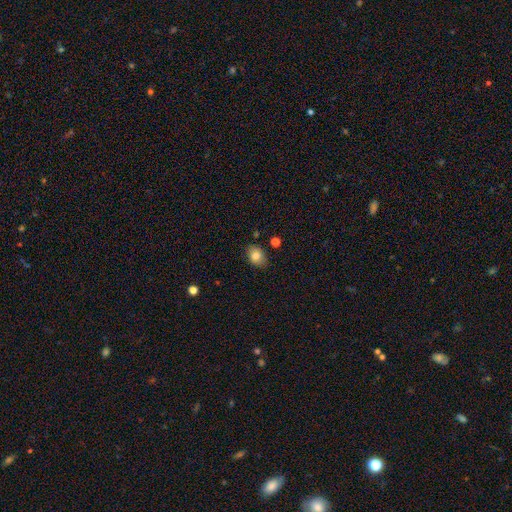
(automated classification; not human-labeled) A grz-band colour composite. It shows a smooth galaxy with no disk features (83%) that is in between round and cigar-shaped (71%). Merging: none (81%).